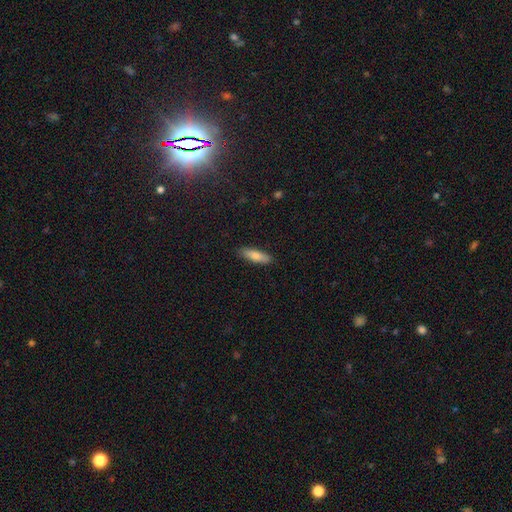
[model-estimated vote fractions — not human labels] Smooth or featured? smooth (79%)
How rounded? cigar-shaped (55%)
Merging? none (88%)